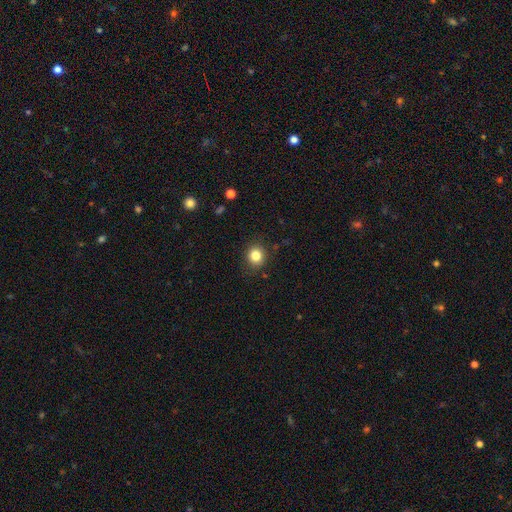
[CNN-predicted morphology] smooth-or-featured: smooth: 83% | star or artifact: 12% | featured or disk: 6%
  how-rounded: round: 82% | in between: 17% | cigar-shaped: 1%
  merging: none: 87% | minor disturbance: 9% | major disturbance: 3% | merger: 1%